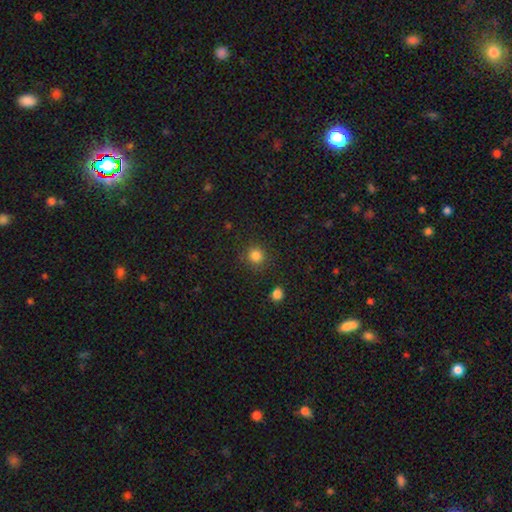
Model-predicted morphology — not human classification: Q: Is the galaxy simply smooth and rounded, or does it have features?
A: smooth — 84%.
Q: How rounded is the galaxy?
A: round — 92%.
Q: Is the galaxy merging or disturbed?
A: none — 87%.